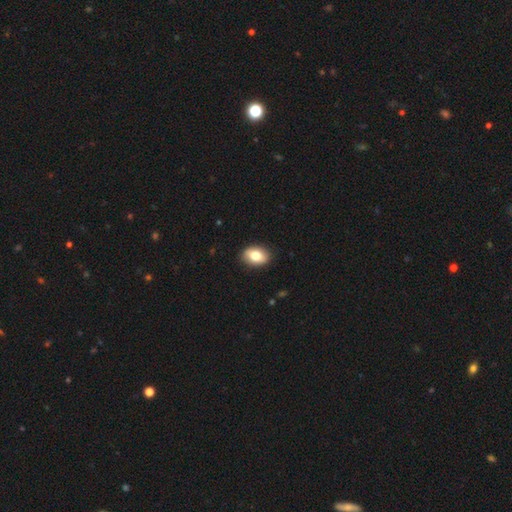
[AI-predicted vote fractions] smooth 80%, featured or disk 13%, star or artifact 7%. Down the decision tree: how rounded — in between (80%); merging — none (89%).